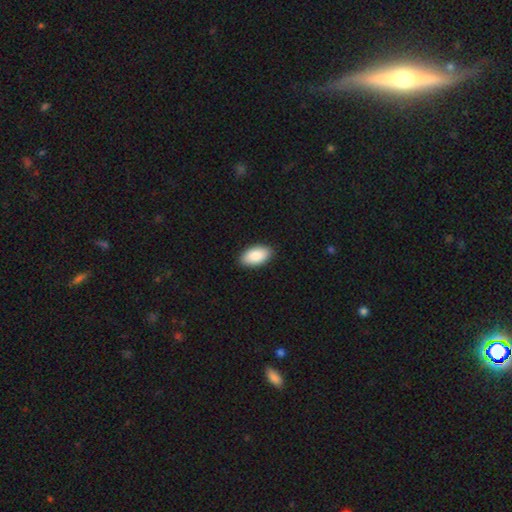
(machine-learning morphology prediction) Overall: smooth (89%). How rounded: in between (95%). Merging: none (90%).